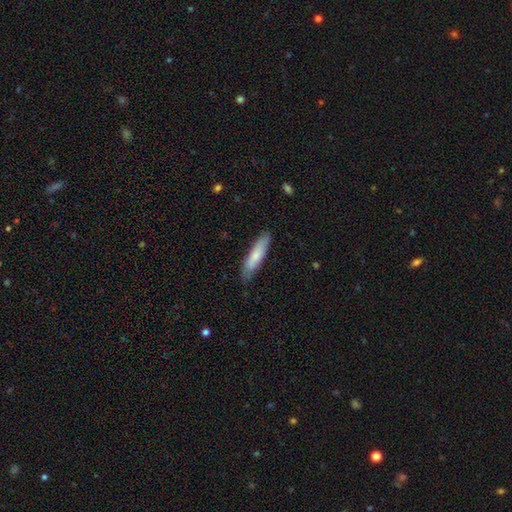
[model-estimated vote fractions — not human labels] A smooth galaxy with no disk features (75%) that is cigar-shaped (76%). Merging: none (82%).